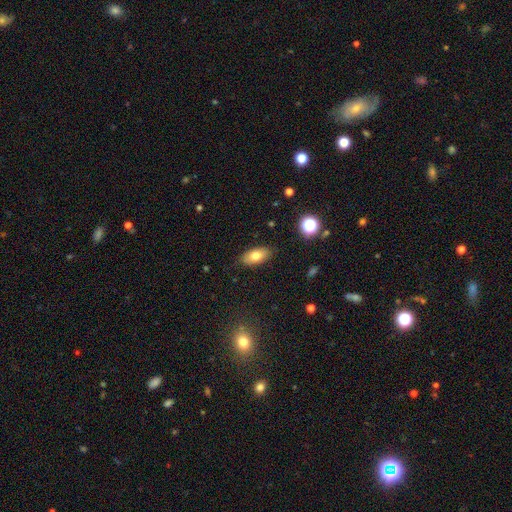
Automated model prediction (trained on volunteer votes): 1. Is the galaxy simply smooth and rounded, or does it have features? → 74% smooth, 16% featured or disk, 9% star or artifact.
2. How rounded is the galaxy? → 90% in between, 5% cigar-shaped, 5% round.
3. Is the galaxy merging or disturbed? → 85% none, 11% minor disturbance, 3% major disturbance, 1% merger.